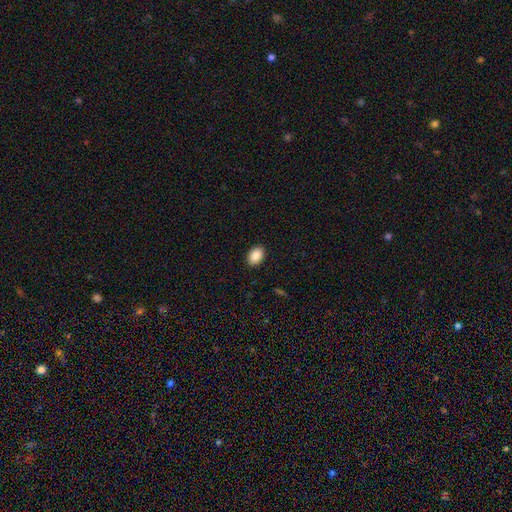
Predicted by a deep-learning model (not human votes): This is clearly a smooth galaxy (88%). How rounded: clearly in between (83%). Merging: clearly none (90%).